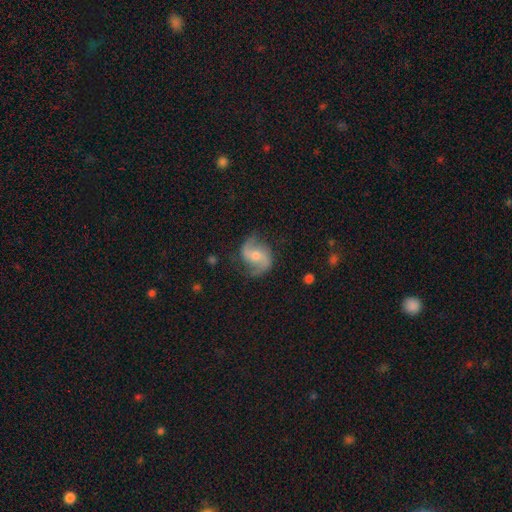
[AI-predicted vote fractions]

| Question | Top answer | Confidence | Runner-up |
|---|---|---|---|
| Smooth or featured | featured or disk | 82% | smooth (12%) |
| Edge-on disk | no | 98% | yes (2%) |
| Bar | no | 49% | weak (40%) |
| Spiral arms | yes | 96% | no (4%) |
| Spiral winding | loose | 44% | medium (43%) |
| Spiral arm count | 2 | 92% | can't tell (3%) |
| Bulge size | moderate | 59% | small (33%) |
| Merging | none | 76% | minor disturbance (17%) |